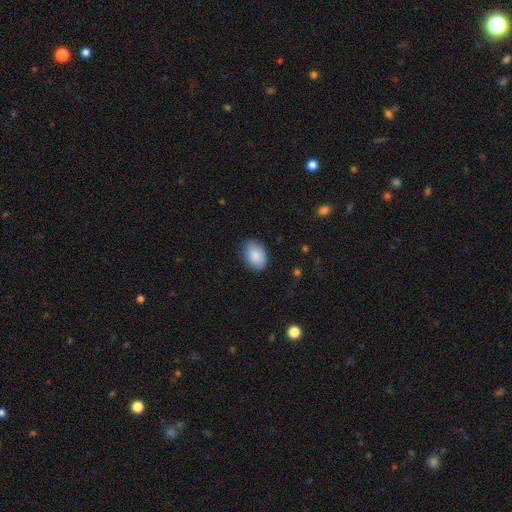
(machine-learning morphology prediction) The model was most divided on "how rounded": in between: 84%, round: 15%, cigar-shaped: 1%. More confident: smooth or featured — smooth (88%); merging — none (83%).